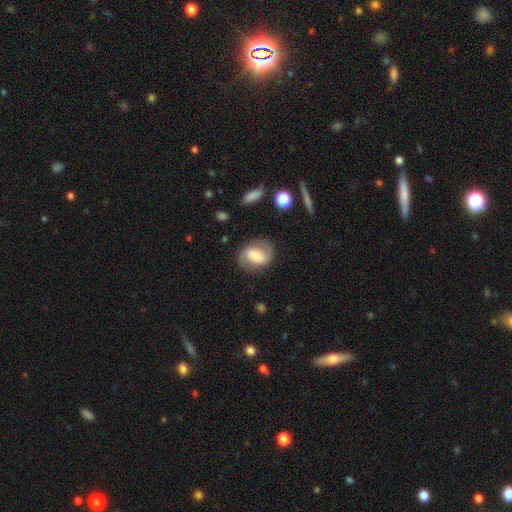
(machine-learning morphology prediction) Smooth or featured? featured or disk (61%)
Edge-on disk? no (97%)
Bar? weak (42%)
Spiral arms? yes (86%)
Spiral winding? medium (48%)
Spiral arm count? 2 (88%)
Bulge size? moderate (39%)
Merging? none (78%)